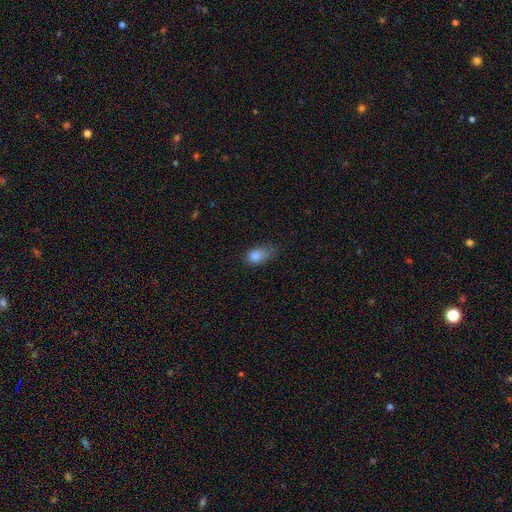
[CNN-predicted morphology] Smooth or featured? Predicted: smooth (p=0.84). How rounded? Predicted: in between (p=0.80). Merging? Predicted: none (p=0.42).